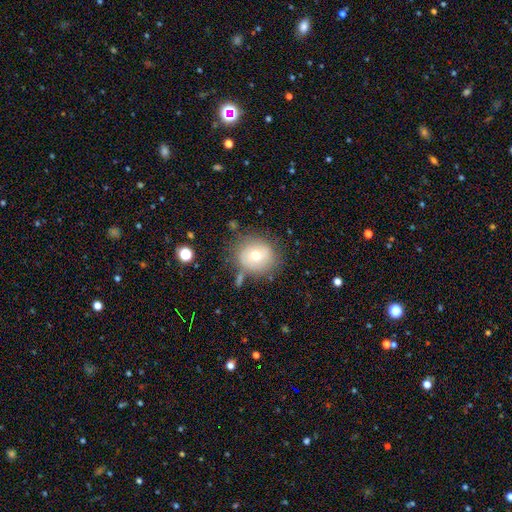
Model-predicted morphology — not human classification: Smooth or featured? Predicted: smooth (p=0.67). How rounded? Predicted: round (p=0.84). Merging? Predicted: none (p=0.71).